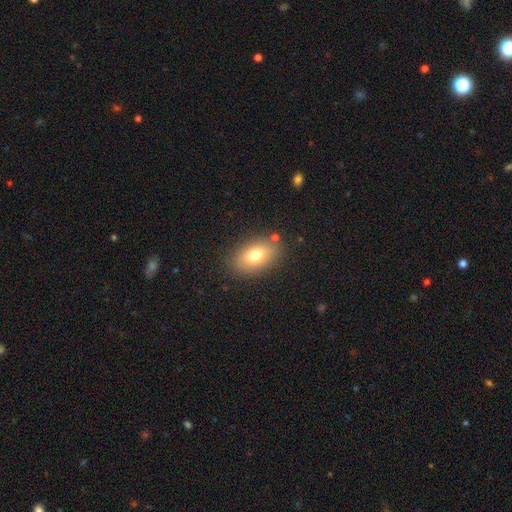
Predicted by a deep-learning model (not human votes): This appears to be a smooth galaxy with no disk features (76%) that is in between round and cigar-shaped (90%). Merging: none (81%).